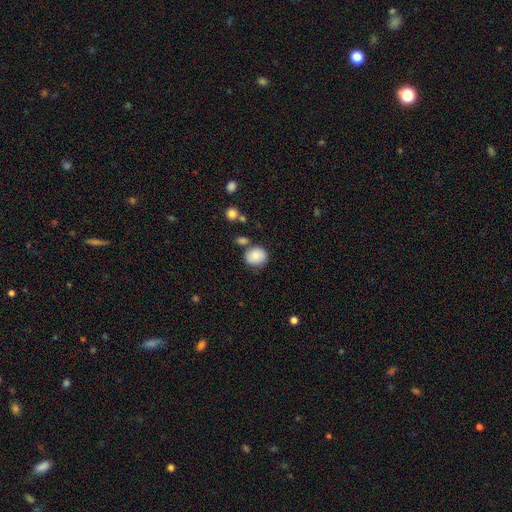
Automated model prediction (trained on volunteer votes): The model was most divided on "how rounded": round: 76%, in between: 23%, cigar-shaped: 1%. More confident: smooth or featured — smooth (84%); merging — none (73%).